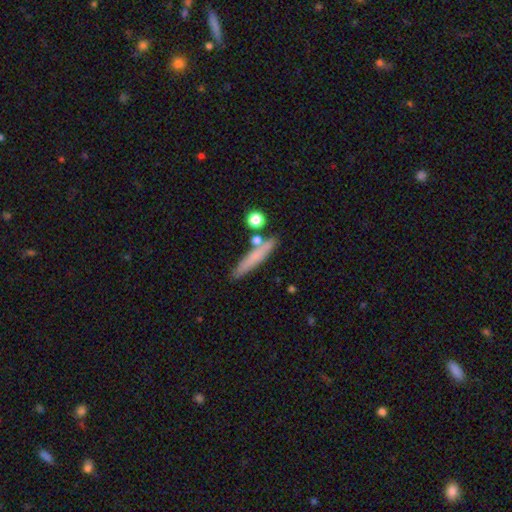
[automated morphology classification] smooth-or-featured: smooth: 69% | featured or disk: 23% | star or artifact: 8%
  how-rounded: cigar-shaped: 89% | in between: 8% | round: 3%
  merging: none: 77% | minor disturbance: 11% | merger: 9% | major disturbance: 3%